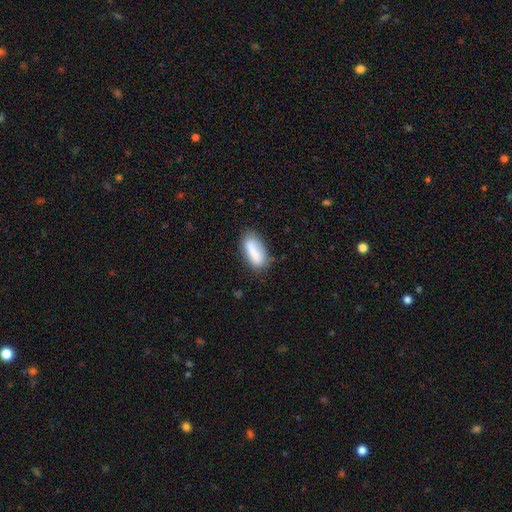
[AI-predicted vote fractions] A smooth galaxy with no disk features (78%) that is in between round and cigar-shaped (75%).

Vote fractions:
- Smooth or featured? smooth: 78% / featured or disk: 15% / star or artifact: 8%
- How rounded? in between: 75% / cigar-shaped: 22% / round: 3%
- Merging? none: 71% / minor disturbance: 20% / major disturbance: 6% / merger: 4%